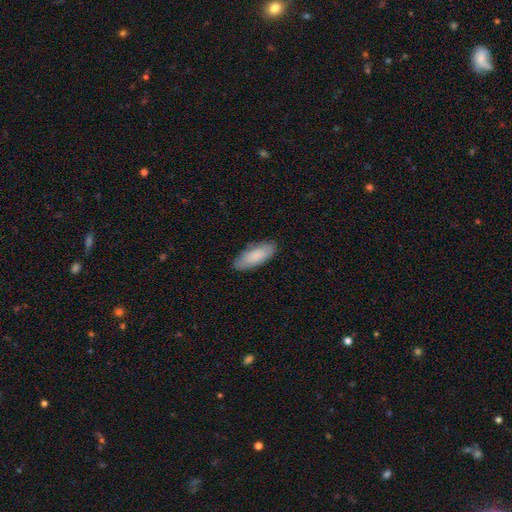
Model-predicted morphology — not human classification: smooth 83%, featured or disk 12%, star or artifact 6%. Down the decision tree: how rounded — in between (75%); merging — none (83%).